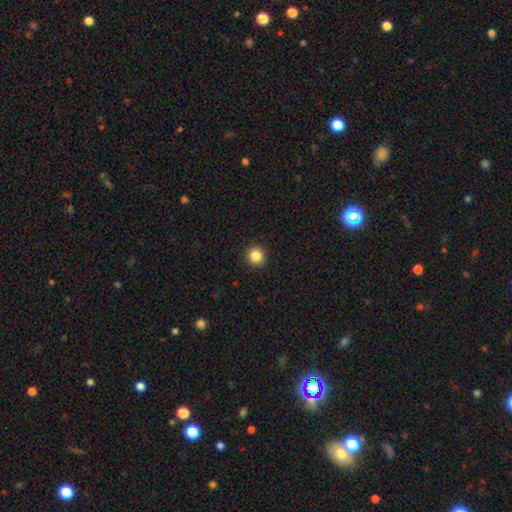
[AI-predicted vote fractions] smooth 85%, star or artifact 11%, featured or disk 4%. Down the decision tree: how rounded — round (95%); merging — none (93%).